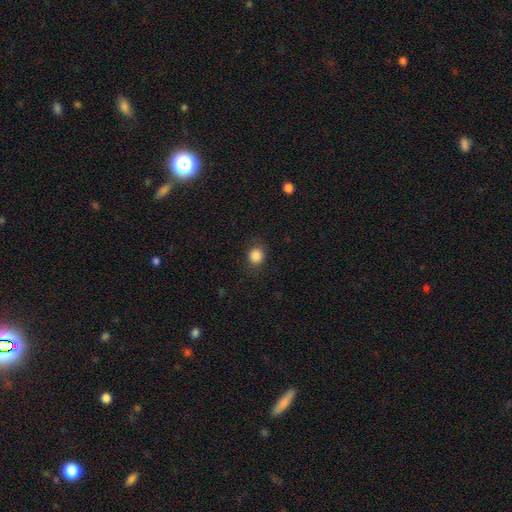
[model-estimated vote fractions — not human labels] smooth-or-featured: smooth: 85% | star or artifact: 10% | featured or disk: 4%
  how-rounded: round: 81% | in between: 18% | cigar-shaped: 1%
  merging: none: 85% | minor disturbance: 10% | major disturbance: 4% | merger: 1%